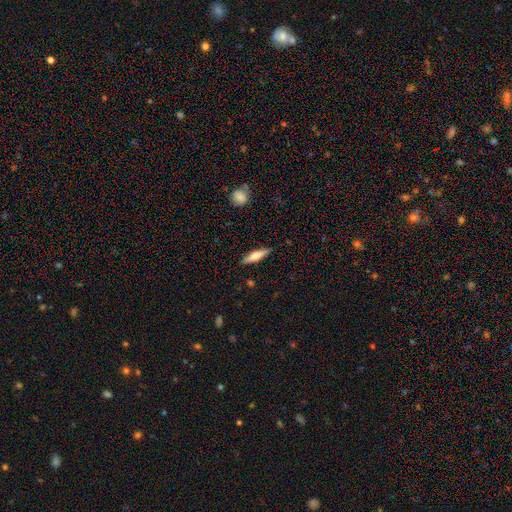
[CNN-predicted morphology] type=smooth (58%); roundness=cigar-shaped (78%); merging=none (89%).